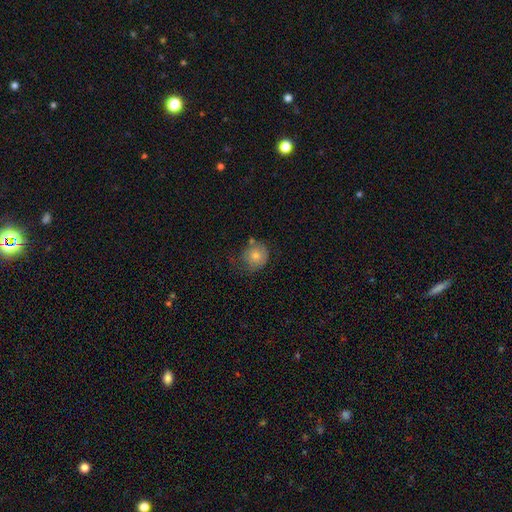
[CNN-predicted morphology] Q: Smooth or featured?
A: smooth (68%); runner-up: featured or disk (22%)
Q: How rounded?
A: round (82%); runner-up: in between (17%)
Q: Merging?
A: none (55%); runner-up: minor disturbance (27%)